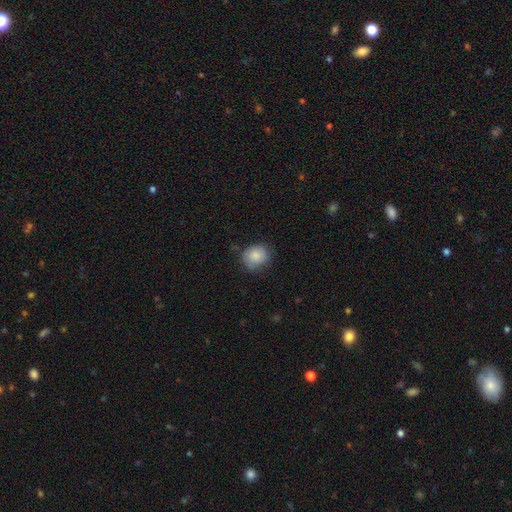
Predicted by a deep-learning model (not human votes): Smooth or featured?
  - smooth: 83% *
  - featured or disk: 9%
  - star or artifact: 8%
How rounded?
  - round: 71% *
  - in between: 28%
  - cigar-shaped: 1%
Merging?
  - none: 68% *
  - minor disturbance: 25%
  - major disturbance: 5%
  - merger: 2%